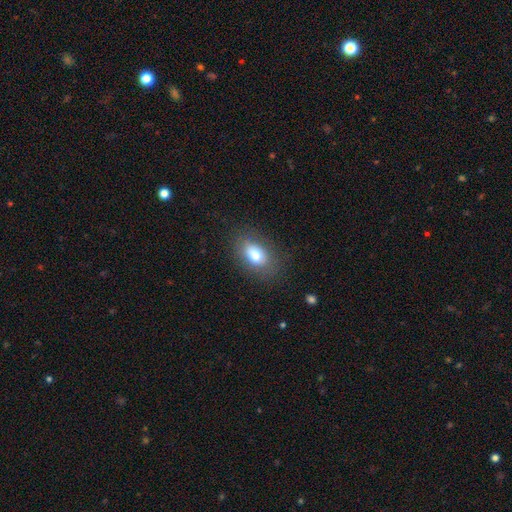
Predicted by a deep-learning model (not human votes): smooth 78%, featured or disk 13%, star or artifact 9%. Down the decision tree: how rounded — in between (87%); merging — none (80%).